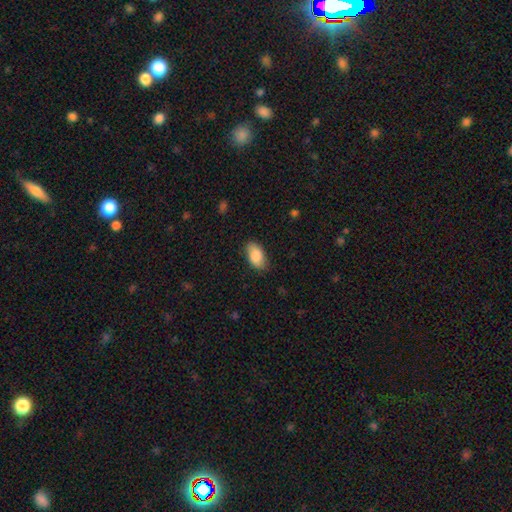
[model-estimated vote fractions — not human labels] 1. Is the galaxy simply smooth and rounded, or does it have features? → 83% smooth, 10% featured or disk, 6% star or artifact.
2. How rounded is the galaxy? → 93% in between, 4% round, 2% cigar-shaped.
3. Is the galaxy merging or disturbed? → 81% none, 15% minor disturbance, 3% major disturbance, 1% merger.